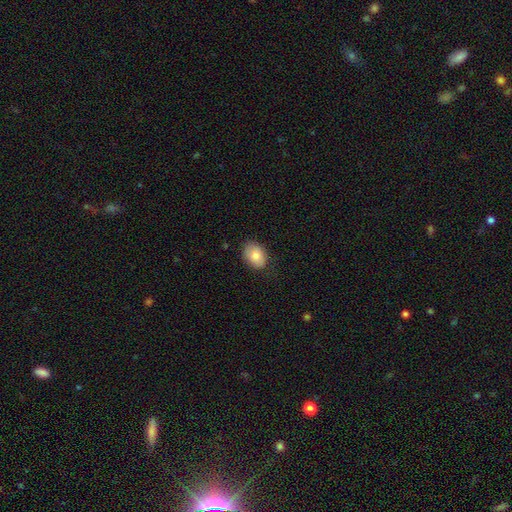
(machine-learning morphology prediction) smooth 85%, featured or disk 8%, star or artifact 7%. Down the decision tree: how rounded — in between (75%); merging — none (77%).